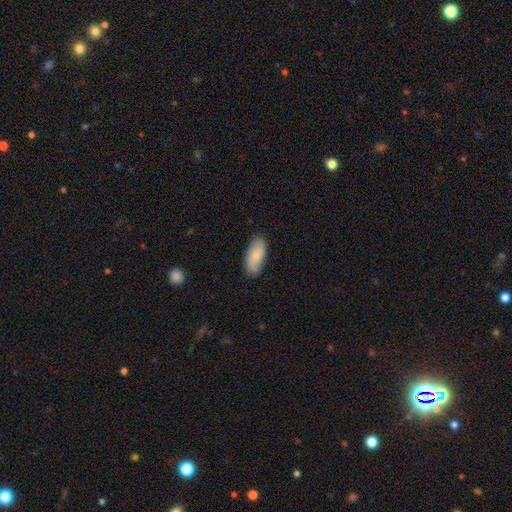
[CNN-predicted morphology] A smooth galaxy with no disk features (78%) that is in between round and cigar-shaped (87%).

Vote fractions:
- Smooth or featured? smooth: 78% / featured or disk: 16% / star or artifact: 6%
- How rounded? in between: 87% / cigar-shaped: 11% / round: 2%
- Merging? none: 81% / minor disturbance: 16% / major disturbance: 3% / merger: 1%